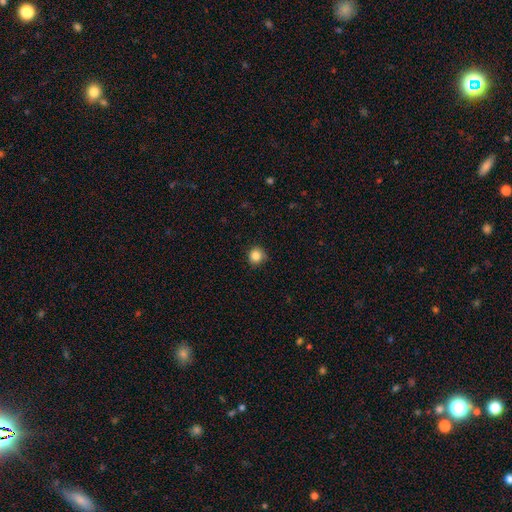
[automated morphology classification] Smooth or featured?
  - smooth: 85% *
  - star or artifact: 11%
  - featured or disk: 4%
How rounded?
  - round: 92% *
  - in between: 7%
  - cigar-shaped: 1%
Merging?
  - none: 85% *
  - minor disturbance: 12%
  - major disturbance: 2%
  - merger: 1%